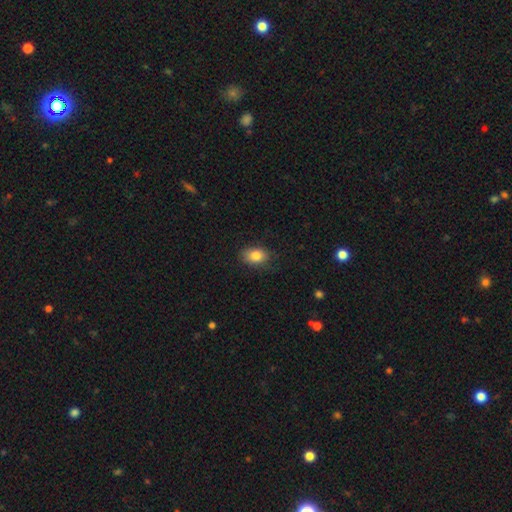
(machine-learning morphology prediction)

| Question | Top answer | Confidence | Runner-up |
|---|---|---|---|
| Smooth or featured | smooth | 84% | star or artifact (9%) |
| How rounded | in between | 79% | round (20%) |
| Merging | none | 80% | minor disturbance (15%) |